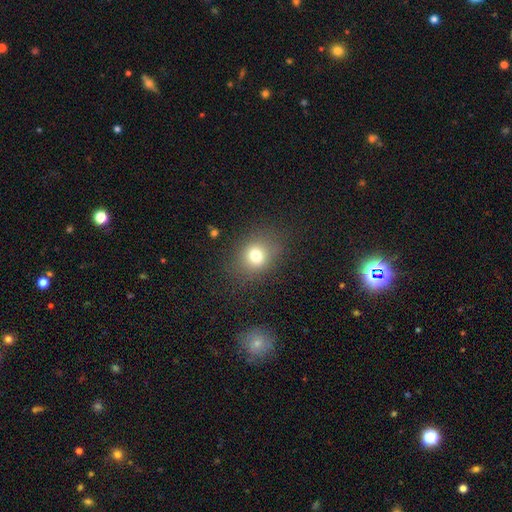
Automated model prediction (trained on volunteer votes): A smooth galaxy with no disk features (75%) that is round (56%).

Vote fractions:
- Smooth or featured? smooth: 75% / star or artifact: 14% / featured or disk: 11%
- How rounded? round: 56% / in between: 43% / cigar-shaped: 1%
- Merging? none: 81% / minor disturbance: 12% / major disturbance: 6% / merger: 1%